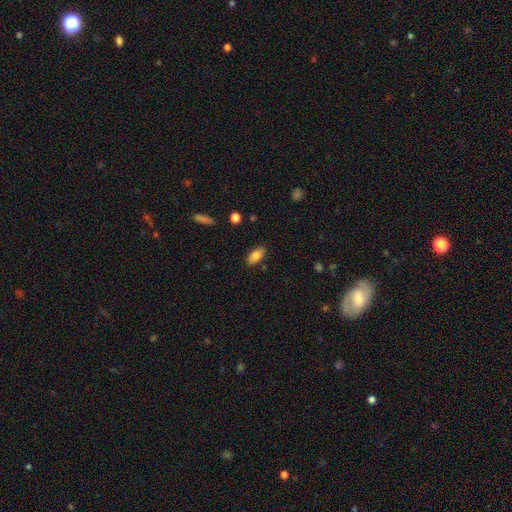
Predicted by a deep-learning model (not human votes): Smooth or featured: smooth — 83% (featured or disk — 10%)
How rounded: in between — 89% (cigar-shaped — 8%)
Merging: none — 87% (minor disturbance — 10%)